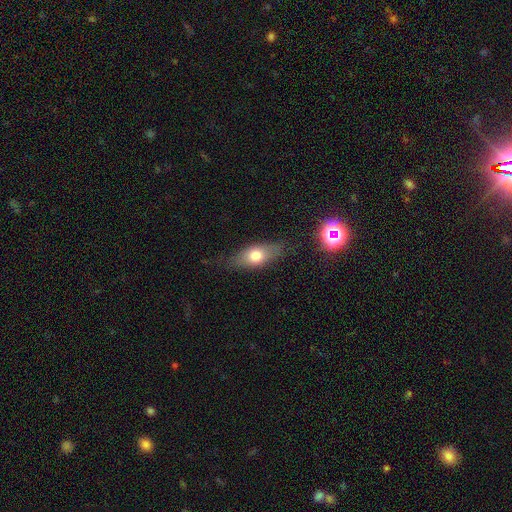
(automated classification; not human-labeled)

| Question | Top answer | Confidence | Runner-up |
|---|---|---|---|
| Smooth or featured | smooth | 67% | featured or disk (24%) |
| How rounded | in between | 76% | cigar-shaped (15%) |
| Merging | none | 74% | minor disturbance (19%) |